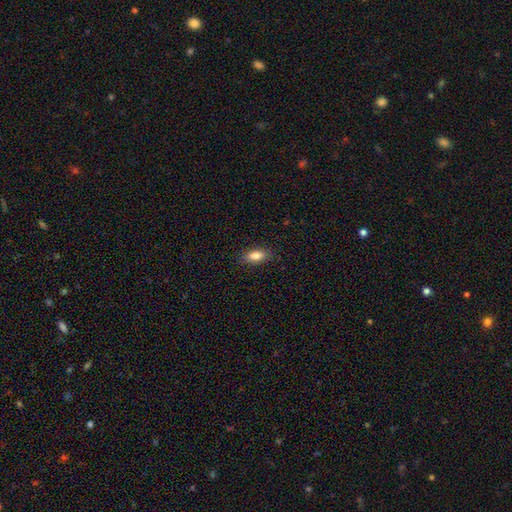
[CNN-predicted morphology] The model was most divided on "how rounded": in between: 83%, cigar-shaped: 13%, round: 4%. More confident: merging — none (87%); smooth or featured — smooth (83%).